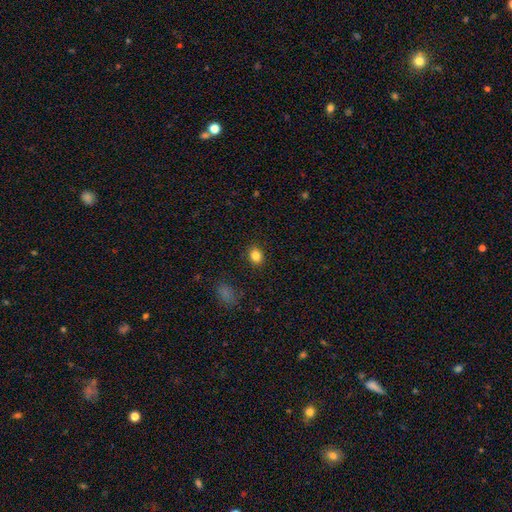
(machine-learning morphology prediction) A smooth galaxy with no disk features (84%) that is round (61%). Merging: none (89%).